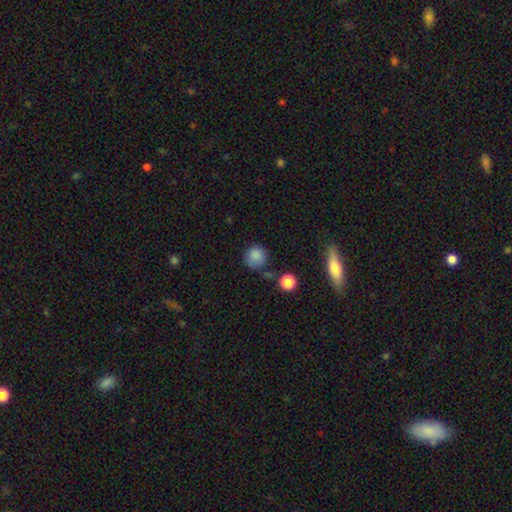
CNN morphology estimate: The model was most divided on "merging": none: 73%, minor disturbance: 17%, merger: 5%, major disturbance: 5%. More confident: how rounded — round (92%); smooth or featured — smooth (83%).